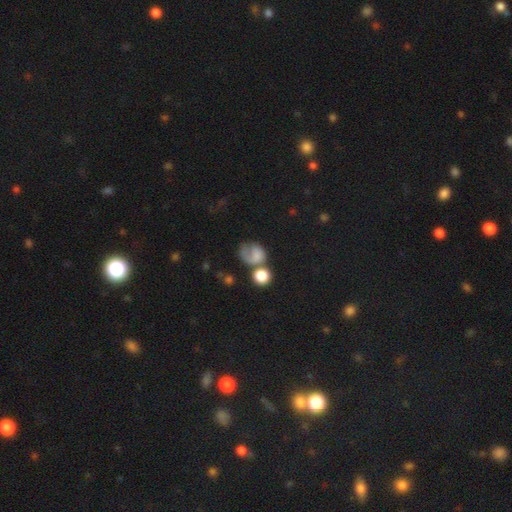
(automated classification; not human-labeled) Overall: smooth (61%; featured or disk 27%). How rounded: round (58%; in between 41%). Merging: major disturbance (31%; none 29%).